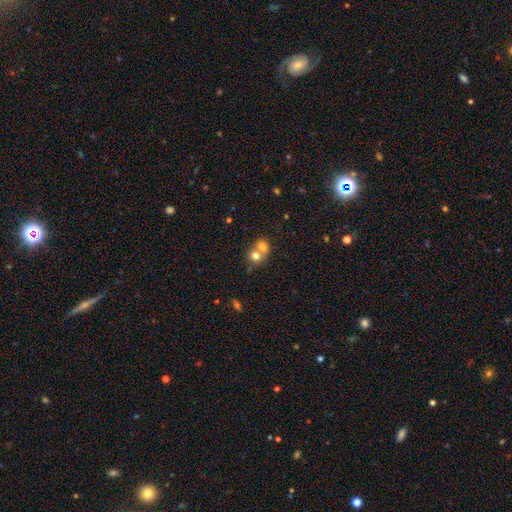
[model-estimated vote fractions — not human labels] Smooth or featured? Predicted: smooth (p=0.74). How rounded? Predicted: round (p=0.77). Merging? Predicted: merger (p=0.66).